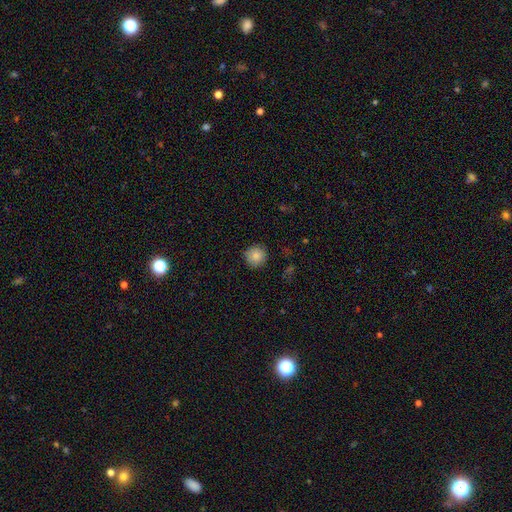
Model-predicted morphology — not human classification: Overall: smooth (86%). How rounded: round (94%). Merging: none (89%).